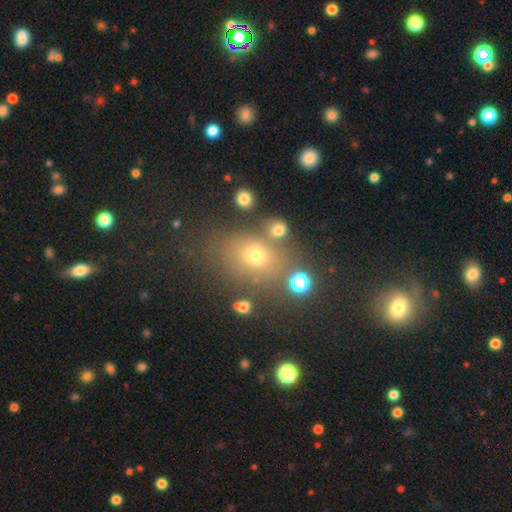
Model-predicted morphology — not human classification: type=smooth (66%); roundness=in between (57%); merging=none (66%).